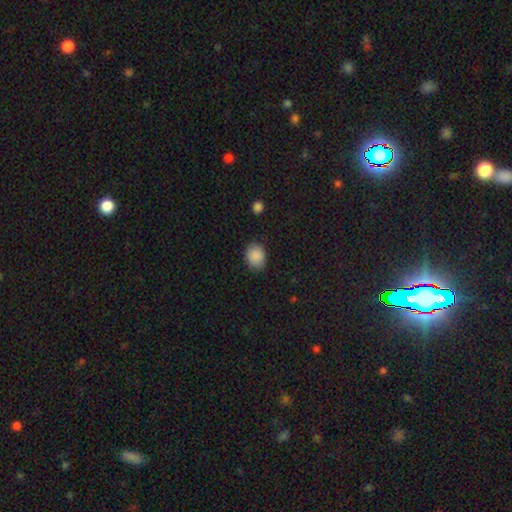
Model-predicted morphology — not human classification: This appears to be a smooth galaxy with no disk features (88%) that is in between round and cigar-shaped (56%). Merging: none (82%).